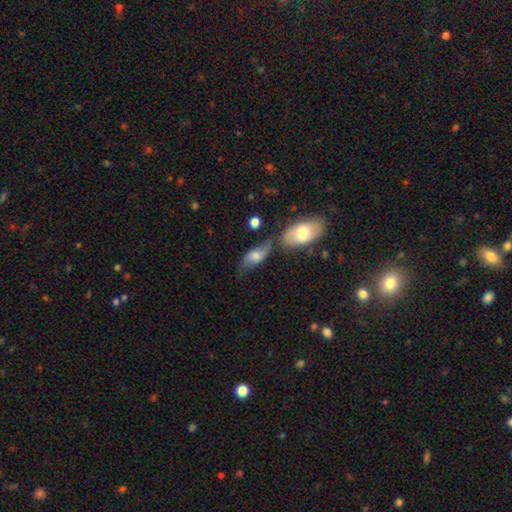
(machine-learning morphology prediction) This is possibly a featured or disk galaxy (48%). Merging: marginally none (41%).